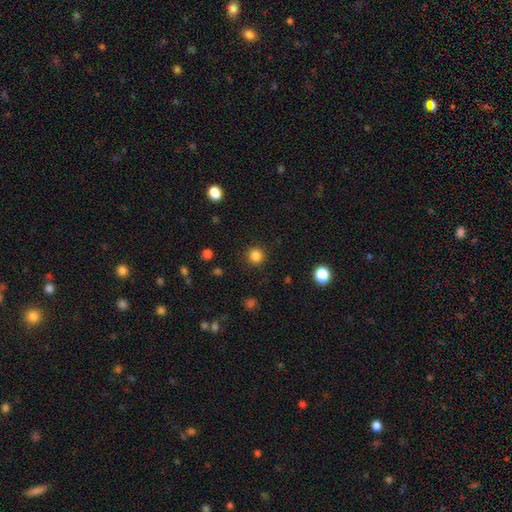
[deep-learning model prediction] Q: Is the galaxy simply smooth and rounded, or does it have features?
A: smooth — 84%.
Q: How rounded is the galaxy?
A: round — 95%.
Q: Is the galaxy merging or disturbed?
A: none — 91%.